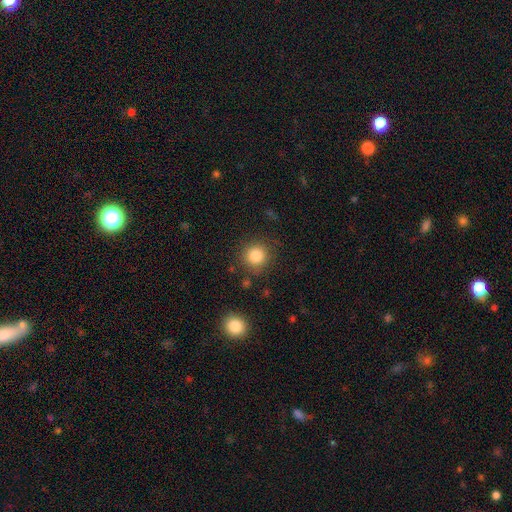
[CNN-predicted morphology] type=smooth (84%); roundness=round (92%); merging=none (84%).